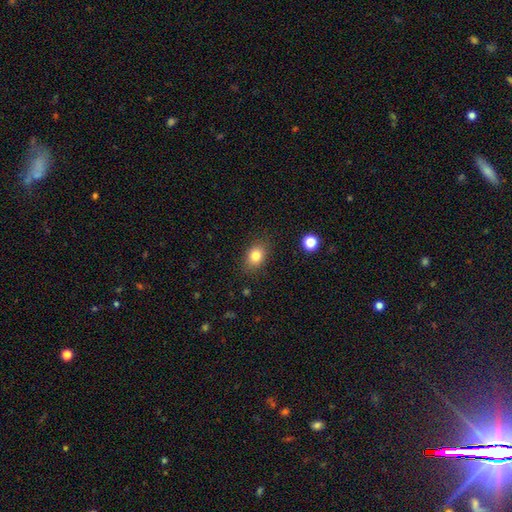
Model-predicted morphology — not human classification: A smooth galaxy with no disk features (81%) that is in between round and cigar-shaped (67%). Merging: none (84%).